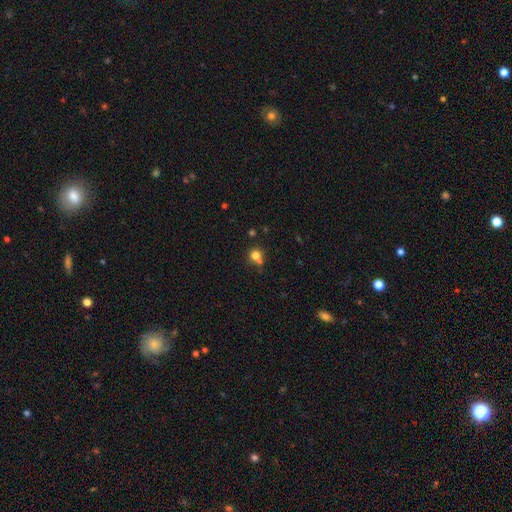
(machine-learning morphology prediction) smooth_or_featured: smooth (p=0.76) [alt: star or artifact p=0.15]
how_rounded: round (p=0.89) [alt: in between p=0.10]
merging: none (p=0.55) [alt: merger p=0.33]